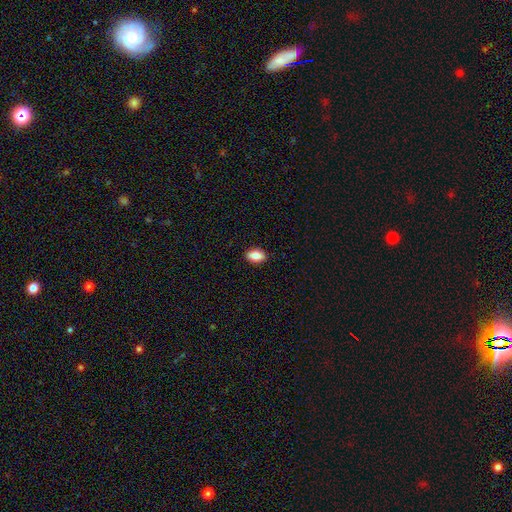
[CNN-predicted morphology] Overall: smooth (85%). How rounded: in between (89%). Merging: none (90%).